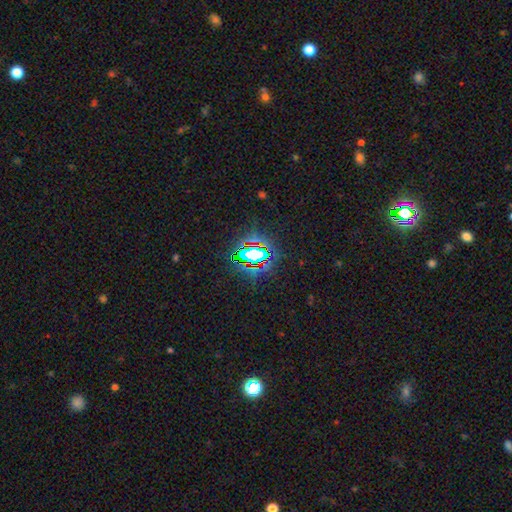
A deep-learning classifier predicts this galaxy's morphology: smooth-or-featured: star or artifact: 73% | smooth: 16% | featured or disk: 11%